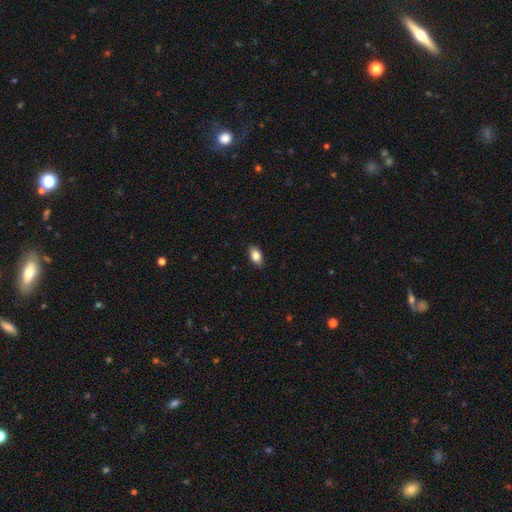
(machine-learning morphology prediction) smooth_or_featured: smooth (p=0.84) [alt: featured or disk p=0.09]
how_rounded: in between (p=0.90) [alt: round p=0.06]
merging: none (p=0.88) [alt: minor disturbance p=0.09]